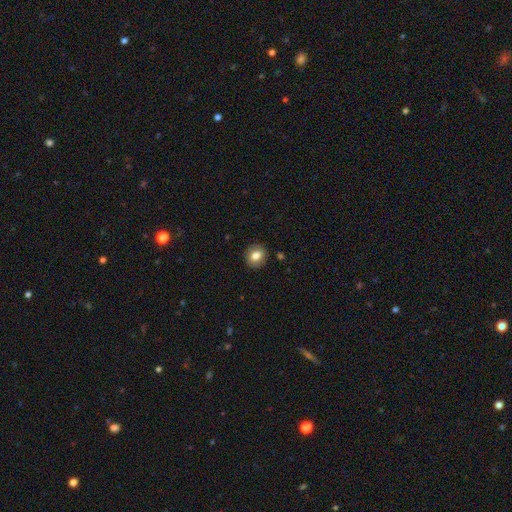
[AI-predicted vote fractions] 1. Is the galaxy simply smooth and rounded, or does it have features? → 78% smooth, 13% featured or disk, 9% star or artifact.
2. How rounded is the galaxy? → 74% round, 25% in between, 1% cigar-shaped.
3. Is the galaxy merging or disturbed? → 90% none, 7% minor disturbance, 2% major disturbance, 1% merger.